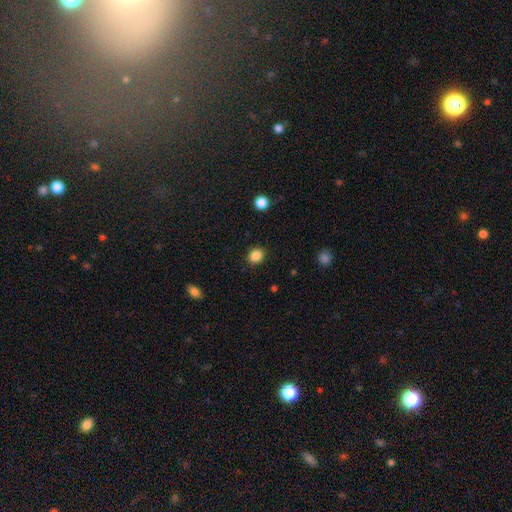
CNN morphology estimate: Smooth or featured? smooth (86%)
How rounded? round (77%)
Merging? none (90%)